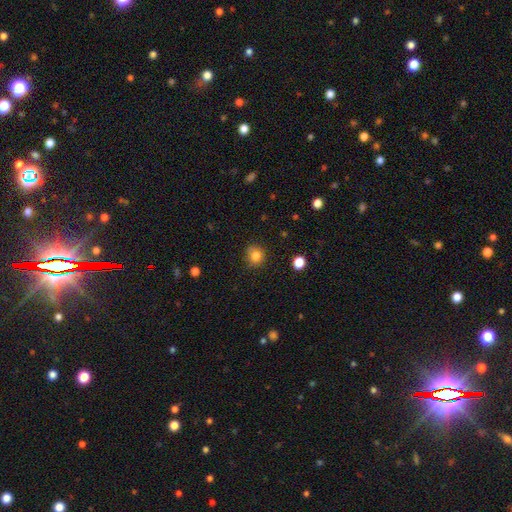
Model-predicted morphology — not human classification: Overall: smooth (83%). How rounded: round (85%). Merging: none (84%).